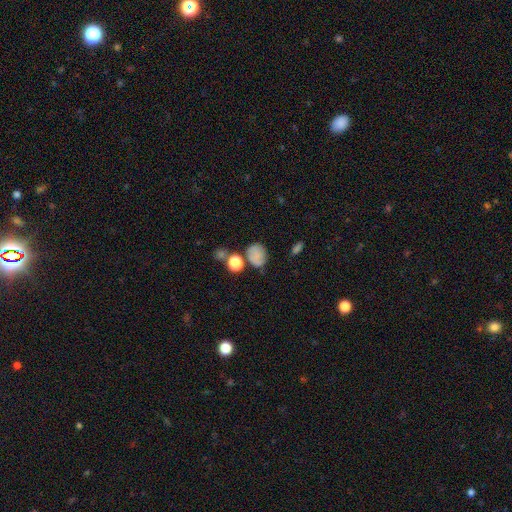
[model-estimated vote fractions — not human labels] Q: Smooth or featured?
A: smooth (78%); runner-up: star or artifact (13%)
Q: How rounded?
A: in between (50%); runner-up: round (49%)
Q: Merging?
A: none (59%); runner-up: minor disturbance (20%)